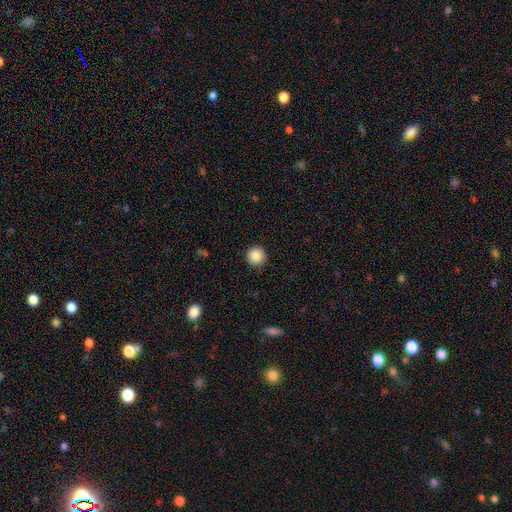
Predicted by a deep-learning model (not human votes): smooth 88%, star or artifact 9%, featured or disk 3%. Down the decision tree: how rounded — round (96%); merging — none (90%).